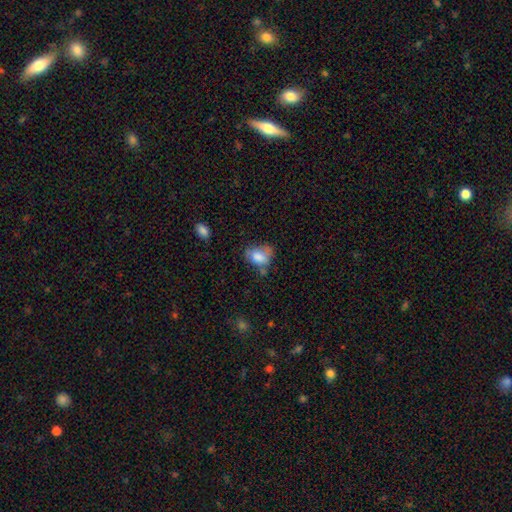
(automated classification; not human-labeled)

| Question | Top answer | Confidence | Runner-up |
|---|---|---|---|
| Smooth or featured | smooth | 73% | featured or disk (17%) |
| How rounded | in between | 76% | round (23%) |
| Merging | none | 36% | minor disturbance (33%) |